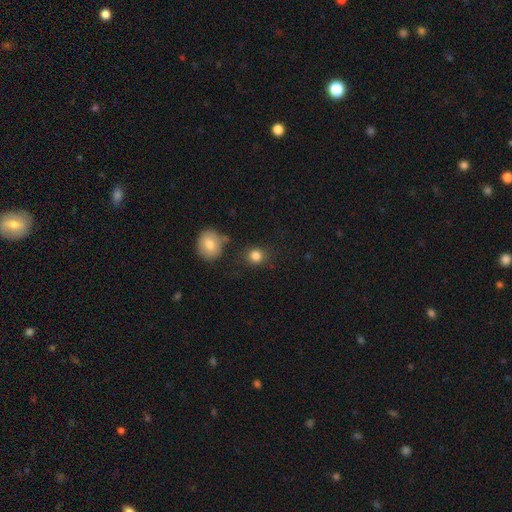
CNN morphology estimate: A smooth galaxy with no disk features (84%) that is round (85%).

Vote fractions:
- Smooth or featured? smooth: 84% / star or artifact: 11% / featured or disk: 5%
- How rounded? round: 85% / in between: 14% / cigar-shaped: 1%
- Merging? none: 80% / minor disturbance: 11% / merger: 6% / major disturbance: 4%